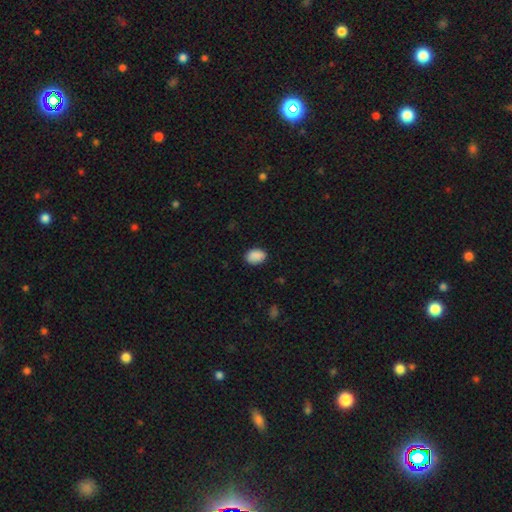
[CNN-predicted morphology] Smooth or featured? Predicted: smooth (p=0.89). How rounded? Predicted: in between (p=0.81). Merging? Predicted: none (p=0.85).